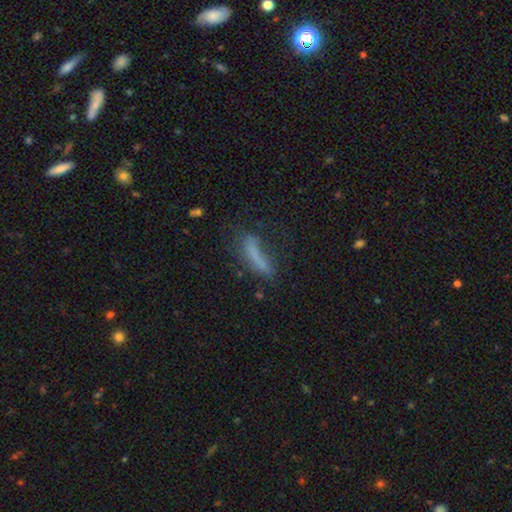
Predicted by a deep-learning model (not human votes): smooth-or-featured: smooth: 65% | featured or disk: 23% | star or artifact: 12%
  how-rounded: cigar-shaped: 75% | in between: 23% | round: 3%
  merging: none: 46% | minor disturbance: 25% | major disturbance: 23% | merger: 5%